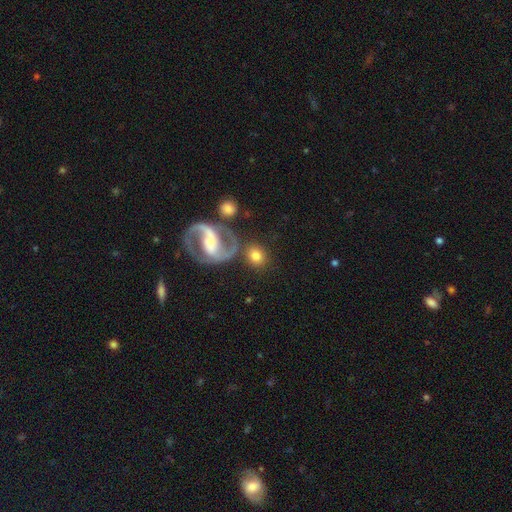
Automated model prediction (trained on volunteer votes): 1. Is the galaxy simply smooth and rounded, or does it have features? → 63% smooth, 29% featured or disk, 8% star or artifact.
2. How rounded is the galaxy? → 79% round, 19% in between, 2% cigar-shaped.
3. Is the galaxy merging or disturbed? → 71% none, 11% merger, 11% minor disturbance, 6% major disturbance.